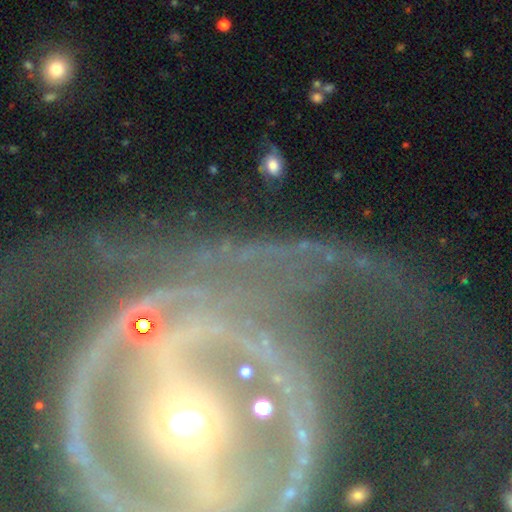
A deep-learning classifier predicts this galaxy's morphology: smooth-or-featured: featured or disk: 77% | star or artifact: 14% | smooth: 9%
  disk-edge-on: no: 94% | yes: 6%
    bar: strong: 39% | no: 34% | weak: 27%
    has-spiral-arms: yes: 90% | no: 10%
      spiral-winding: tight: 43% | medium: 37% | loose: 20%
      spiral-arm-count: 2: 40% | can't tell: 19% | 3: 14% | 1: 10% | 4: 9% | more than 4: 9%
    bulge-size: small: 47% | moderate: 41% | large: 6% | none: 4% | dominant: 3%
  merging: none: 53% | major disturbance: 23% | minor disturbance: 16% | merger: 8%